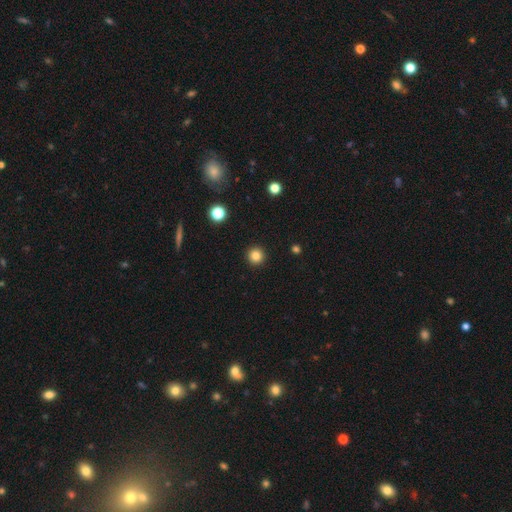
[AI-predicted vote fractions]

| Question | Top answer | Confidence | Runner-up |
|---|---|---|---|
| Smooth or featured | smooth | 83% | star or artifact (12%) |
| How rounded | round | 96% | in between (3%) |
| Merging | none | 93% | minor disturbance (4%) |